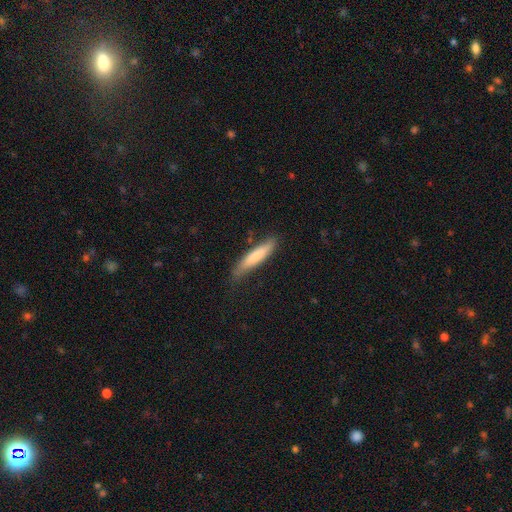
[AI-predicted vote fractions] smooth_or_featured: smooth (p=0.58) [alt: featured or disk p=0.32]
how_rounded: cigar-shaped (p=0.88) [alt: in between p=0.11]
merging: none (p=0.66) [alt: minor disturbance p=0.25]